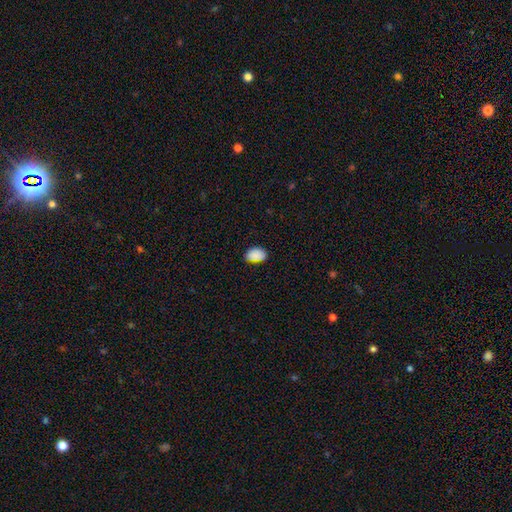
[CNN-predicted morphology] smooth 86%, star or artifact 10%, featured or disk 4%. Down the decision tree: how rounded — in between (86%); merging — none (77%).